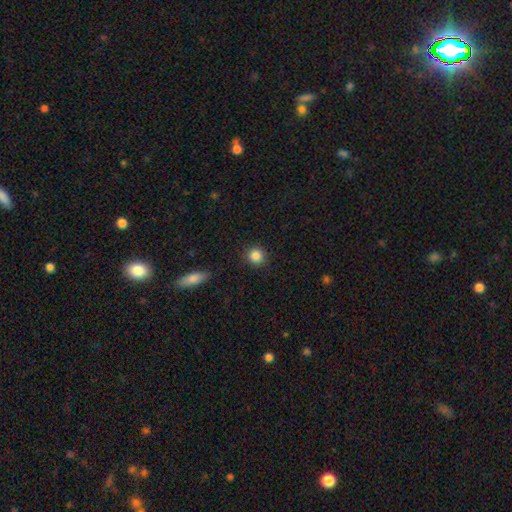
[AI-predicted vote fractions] smooth-or-featured: smooth: 86% | star or artifact: 10% | featured or disk: 4%
  how-rounded: round: 92% | in between: 7% | cigar-shaped: 1%
  merging: none: 90% | minor disturbance: 7% | major disturbance: 2% | merger: 1%